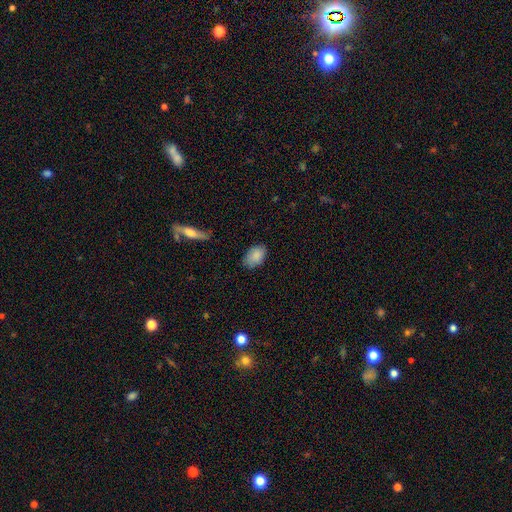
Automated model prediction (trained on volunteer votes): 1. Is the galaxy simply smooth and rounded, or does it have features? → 86% smooth, 7% featured or disk, 7% star or artifact.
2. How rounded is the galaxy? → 91% in between, 8% round, 2% cigar-shaped.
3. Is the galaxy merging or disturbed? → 79% none, 17% minor disturbance, 3% major disturbance, 1% merger.